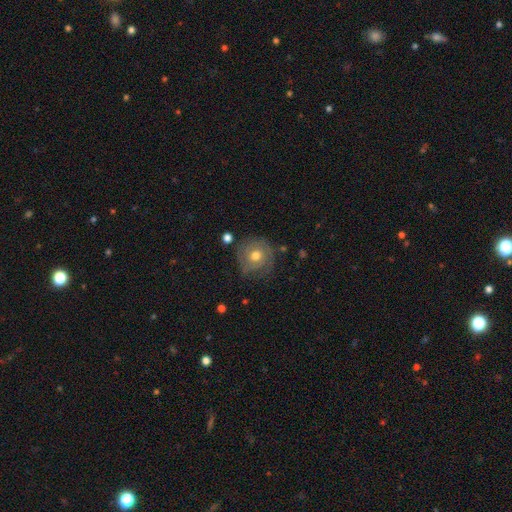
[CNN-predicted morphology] The model was most divided on "smooth or featured": featured or disk: 53%, smooth: 39%, star or artifact: 8%. More confident: edge-on disk — no (97%); bar — no (84%); bulge size — moderate (77%); merging — none (71%); spiral arms — yes (70%).